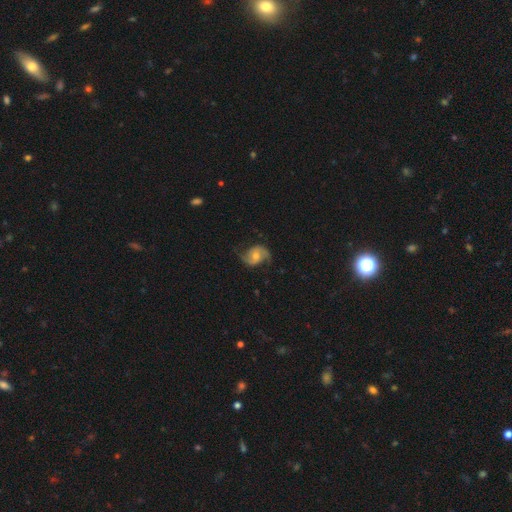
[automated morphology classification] Overall: featured or disk (76%). Edge-on disk: no (97%). Bar: no (52%; weak 38%). Spiral arms: yes (94%). Spiral arm count: 2 (90%). Spiral winding: medium (43%; loose 42%). Bulge size: moderate (57%; small 34%). Merging: none (72%).